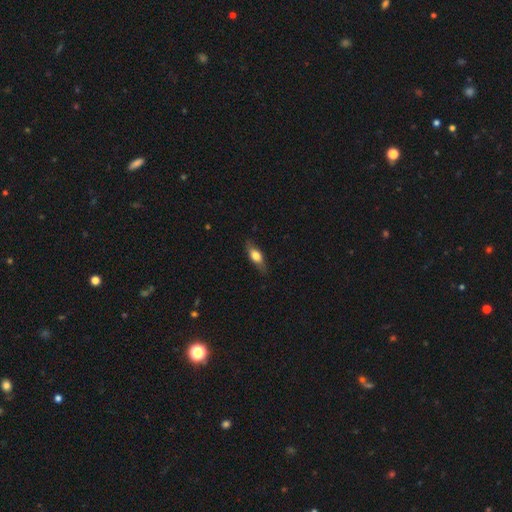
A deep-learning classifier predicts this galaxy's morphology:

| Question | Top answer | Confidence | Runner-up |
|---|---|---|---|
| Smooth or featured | smooth | 64% | featured or disk (29%) |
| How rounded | in between | 65% | cigar-shaped (30%) |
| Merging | none | 78% | minor disturbance (17%) |